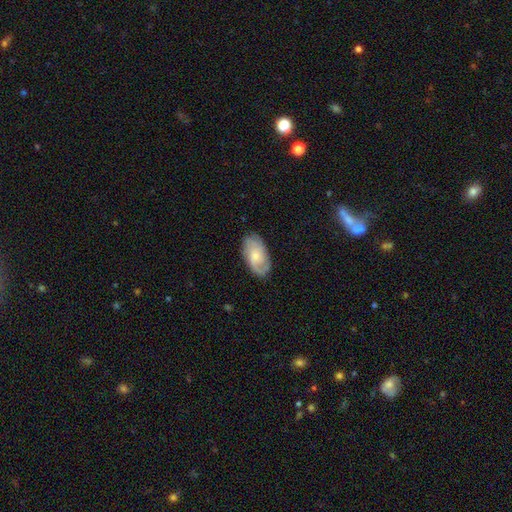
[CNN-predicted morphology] A featured or disk galaxy (58%) with no bar (71%), spiral arms (90%) and a small central bulge (45%).

Vote fractions:
- Smooth or featured? featured or disk: 58% / smooth: 36% / star or artifact: 6%
- Edge-on disk? no: 95% / yes: 5%
- Bar? no: 71% / weak: 26% / strong: 3%
- Spiral arms? yes: 90% / no: 10%
- Bulge size? small: 45% / moderate: 43% / none: 6% / large: 5% / dominant: 1%
- Merging? none: 79% / minor disturbance: 16% / major disturbance: 4% / merger: 1%